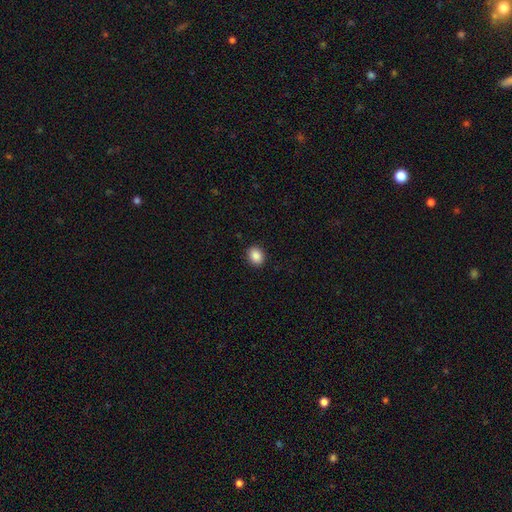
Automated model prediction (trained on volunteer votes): smooth 88%, star or artifact 8%, featured or disk 3%. Down the decision tree: how rounded — round (53%); merging — none (91%).